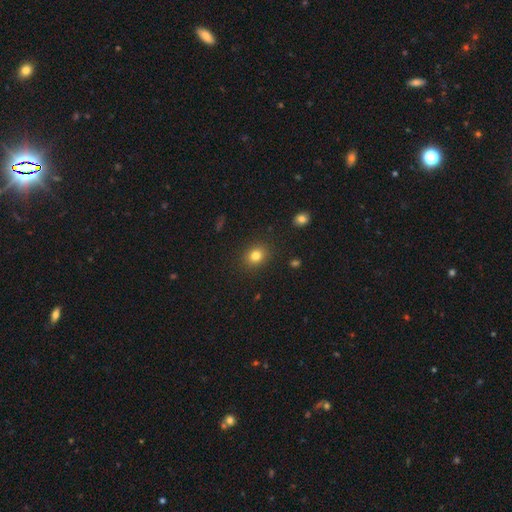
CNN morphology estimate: Smooth or featured?
  - smooth: 81% *
  - star or artifact: 12%
  - featured or disk: 7%
How rounded?
  - round: 57% *
  - in between: 42%
  - cigar-shaped: 1%
Merging?
  - none: 88% *
  - minor disturbance: 8%
  - major disturbance: 2%
  - merger: 1%